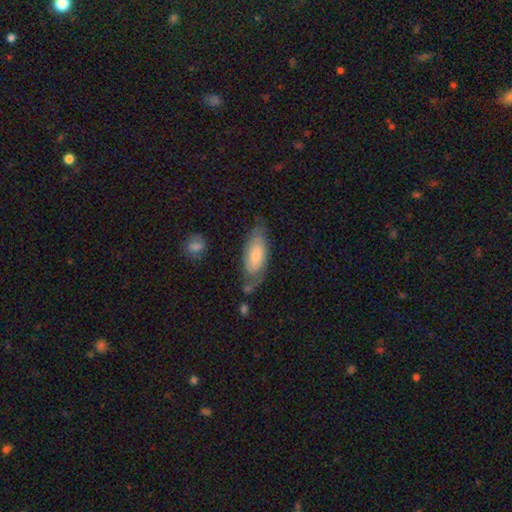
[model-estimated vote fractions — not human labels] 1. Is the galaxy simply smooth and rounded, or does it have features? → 60% smooth, 34% featured or disk, 6% star or artifact.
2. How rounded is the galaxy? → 80% in between, 18% cigar-shaped, 2% round.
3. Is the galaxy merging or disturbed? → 60% none, 25% minor disturbance, 10% major disturbance, 5% merger.